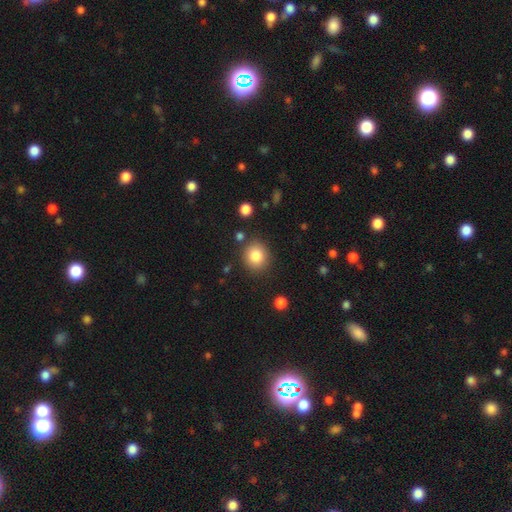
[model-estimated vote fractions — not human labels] smooth_or_featured: smooth (p=0.84) [alt: star or artifact p=0.10]
how_rounded: round (p=0.84) [alt: in between p=0.15]
merging: none (p=0.85) [alt: minor disturbance p=0.09]